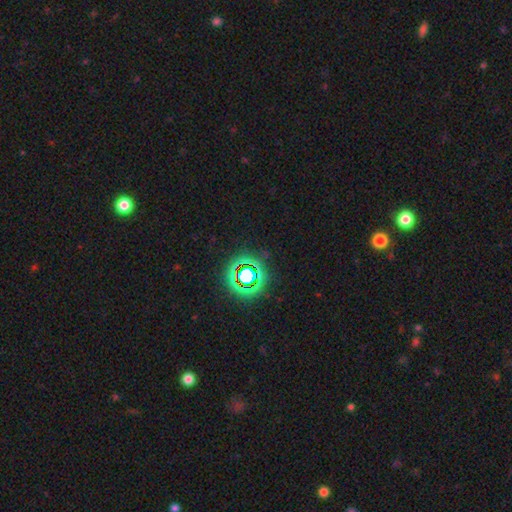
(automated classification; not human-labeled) A star or artifact, not a galaxy (72%).

Vote fractions:
- Smooth or featured? star or artifact: 72% / smooth: 21% / featured or disk: 8%